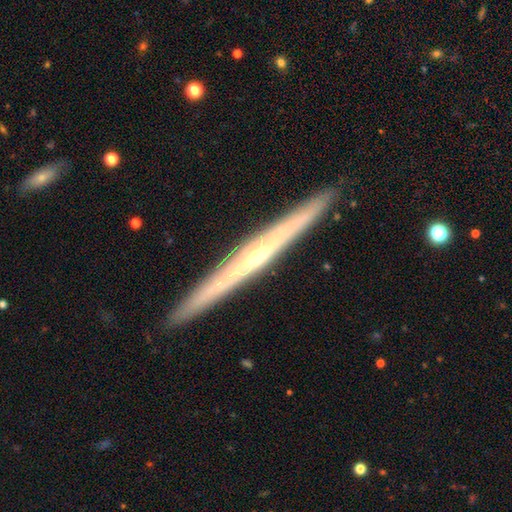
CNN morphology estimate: This is likely a featured or disk galaxy (77%). It is clearly viewed edge-on (97%). Edge-on bulge: likely rounded (67%). Merging: clearly none (92%).